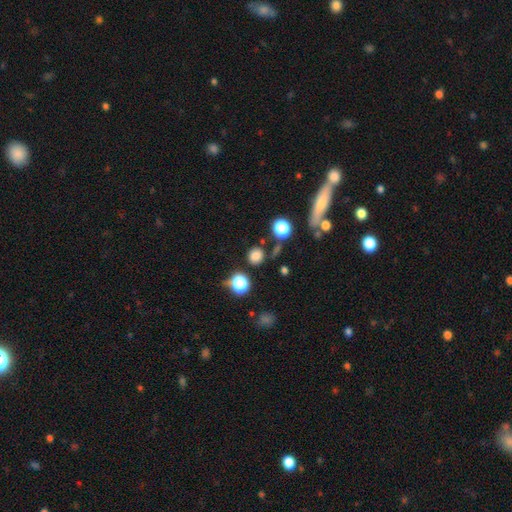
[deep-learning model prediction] Q: Smooth or featured?
A: smooth (75%); runner-up: star or artifact (19%)
Q: How rounded?
A: round (88%); runner-up: in between (11%)
Q: Merging?
A: none (79%); runner-up: minor disturbance (11%)